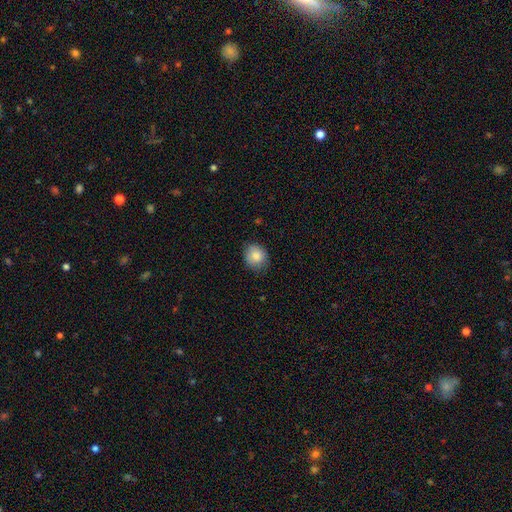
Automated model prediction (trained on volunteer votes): Morphology: type=smooth (86%); roundness=round (75%); merging=none (80%).